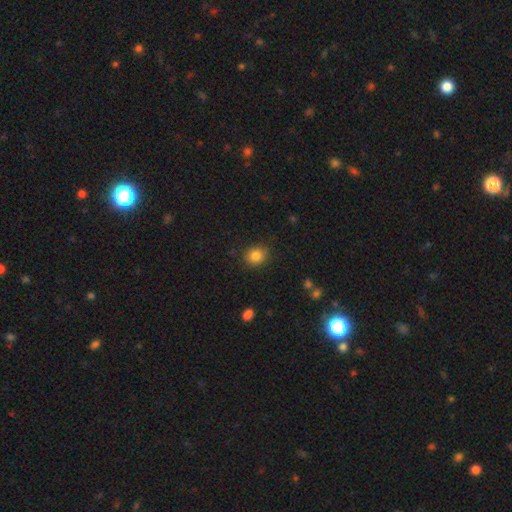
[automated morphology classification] smooth-or-featured: smooth: 84% | star or artifact: 10% | featured or disk: 6%
  how-rounded: round: 74% | in between: 25% | cigar-shaped: 1%
  merging: none: 85% | minor disturbance: 11% | major disturbance: 3% | merger: 1%